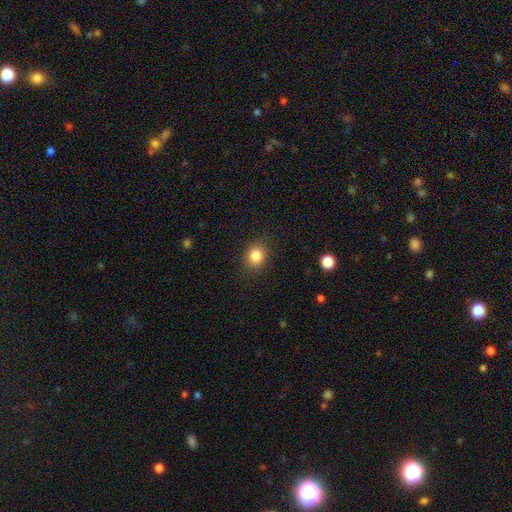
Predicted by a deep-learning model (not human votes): Smooth or featured: smooth — 84% (star or artifact — 10%)
How rounded: round — 69% (in between — 30%)
Merging: none — 88% (minor disturbance — 9%)